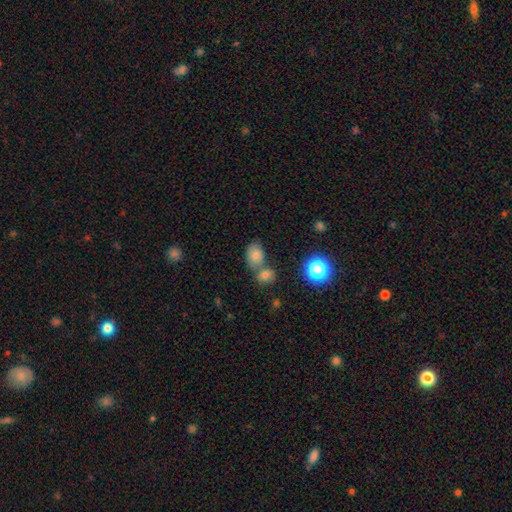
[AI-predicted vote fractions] Smooth or featured: smooth — 77% (star or artifact — 14%)
How rounded: in between — 69% (round — 30%)
Merging: none — 45% (merger — 39%)